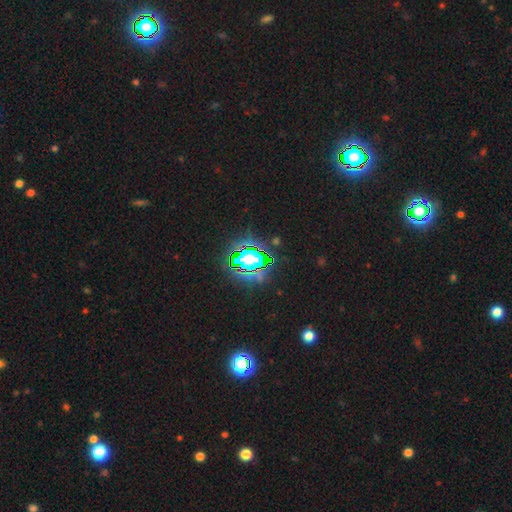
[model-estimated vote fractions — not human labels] Q: Smooth or featured?
A: star or artifact (81%); runner-up: smooth (11%)